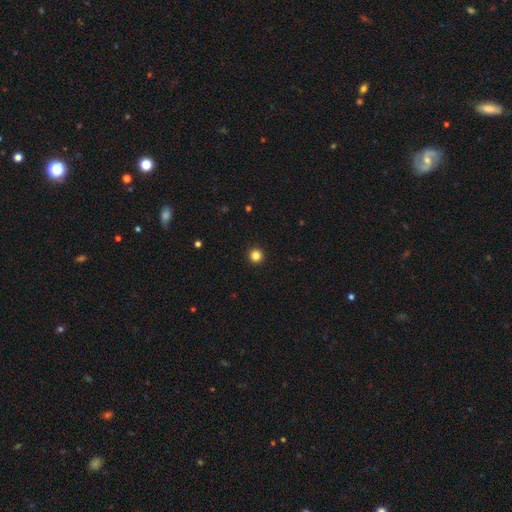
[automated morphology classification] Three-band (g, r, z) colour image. It shows a smooth galaxy with no disk features (84%) that is round (96%). Merging: none (94%).